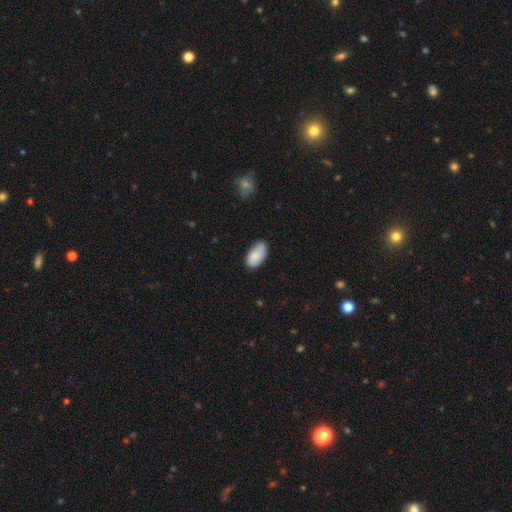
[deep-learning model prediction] smooth-or-featured: smooth: 80% | featured or disk: 13% | star or artifact: 6%
  how-rounded: in between: 95% | round: 3% | cigar-shaped: 2%
  merging: none: 71% | minor disturbance: 23% | major disturbance: 4% | merger: 2%